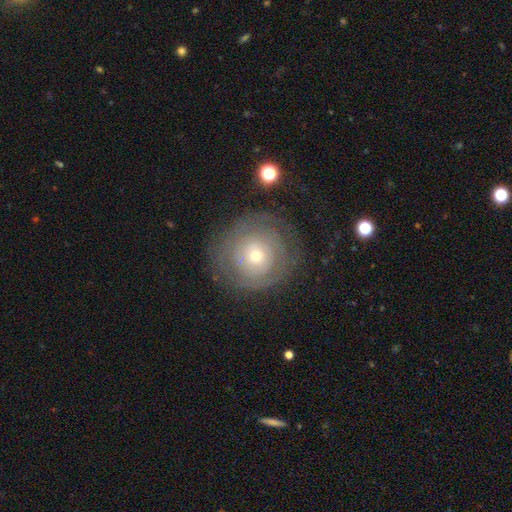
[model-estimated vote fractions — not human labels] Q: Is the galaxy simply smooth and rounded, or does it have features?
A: featured or disk — 55%.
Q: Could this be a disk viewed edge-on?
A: no — 96%.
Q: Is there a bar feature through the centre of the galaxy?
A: no — 87%.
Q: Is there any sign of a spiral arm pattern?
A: yes — 52%.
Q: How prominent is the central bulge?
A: small — 66%.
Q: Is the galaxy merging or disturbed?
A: none — 77%.